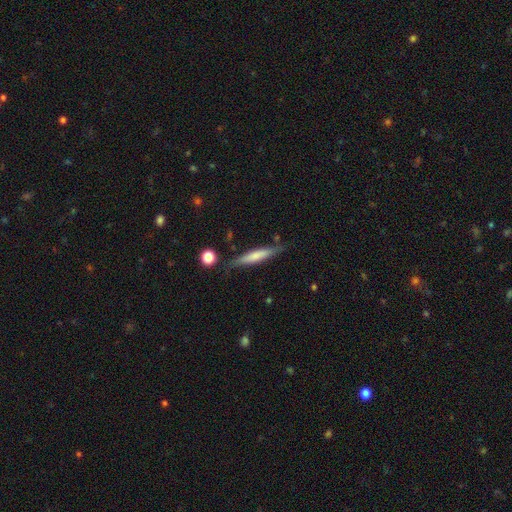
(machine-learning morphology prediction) smooth 59%, featured or disk 35%, star or artifact 6%. Down the decision tree: how rounded — cigar-shaped (90%); merging — none (77%).